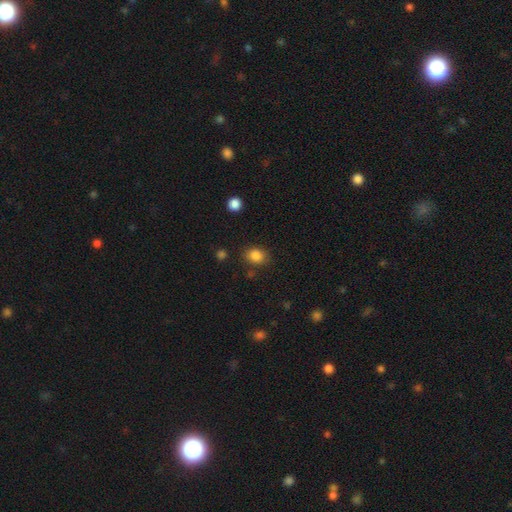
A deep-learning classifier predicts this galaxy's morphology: Smooth or featured?
  - smooth: 85% *
  - star or artifact: 11%
  - featured or disk: 5%
How rounded?
  - round: 54% *
  - in between: 45%
  - cigar-shaped: 1%
Merging?
  - none: 80% *
  - minor disturbance: 13%
  - major disturbance: 4%
  - merger: 3%